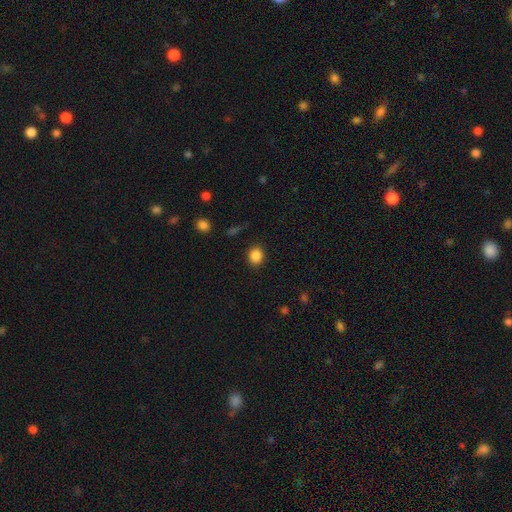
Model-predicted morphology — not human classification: A smooth galaxy with no disk features (87%) that is round (67%).

Vote fractions:
- Smooth or featured? smooth: 87% / star or artifact: 10% / featured or disk: 3%
- How rounded? round: 67% / in between: 32% / cigar-shaped: 1%
- Merging? none: 89% / minor disturbance: 7% / major disturbance: 3% / merger: 1%